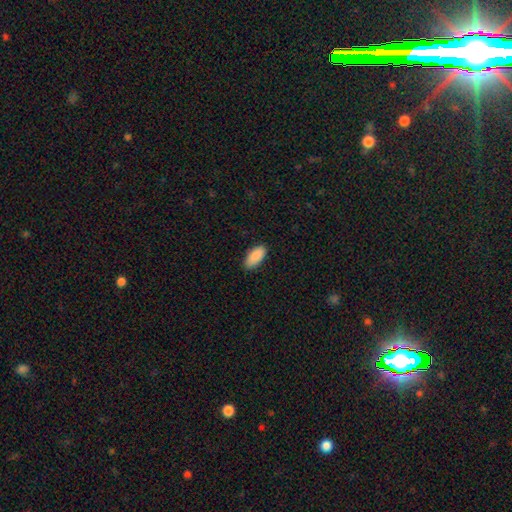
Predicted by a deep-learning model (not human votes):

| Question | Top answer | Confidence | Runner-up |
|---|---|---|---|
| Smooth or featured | smooth | 90% | star or artifact (6%) |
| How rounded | in between | 92% | cigar-shaped (6%) |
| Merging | none | 84% | minor disturbance (13%) |